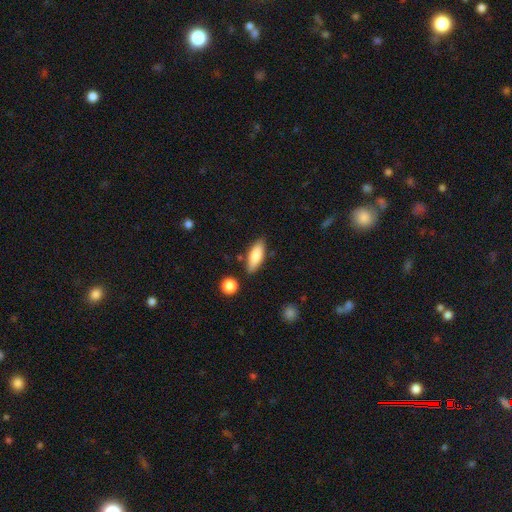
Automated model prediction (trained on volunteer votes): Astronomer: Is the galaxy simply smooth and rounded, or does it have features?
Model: smooth — 79%.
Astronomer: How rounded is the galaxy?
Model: in between — 67%.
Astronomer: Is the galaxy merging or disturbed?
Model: none — 80%.